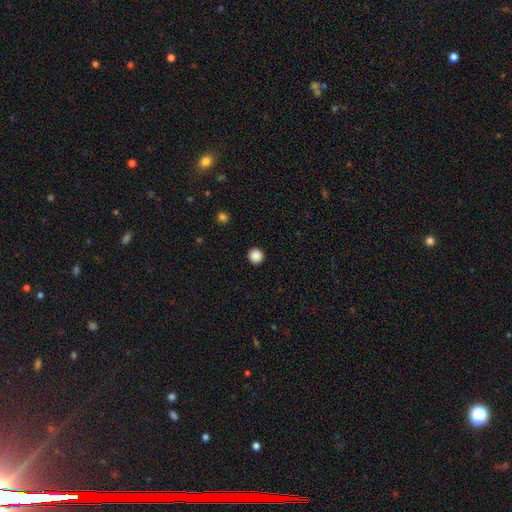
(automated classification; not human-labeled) Smooth or featured? smooth (88%)
How rounded? round (96%)
Merging? none (93%)